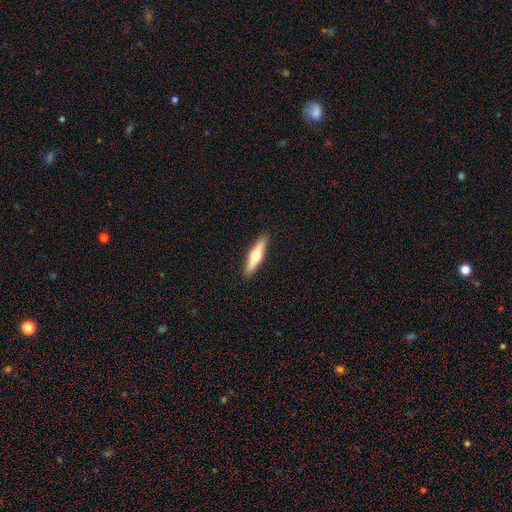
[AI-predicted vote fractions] A featured or disk galaxy (50%).

Vote fractions:
- Smooth or featured? featured or disk: 50% / smooth: 45% / star or artifact: 5%
- Merging? none: 91% / minor disturbance: 6% / major disturbance: 1% / merger: 1%